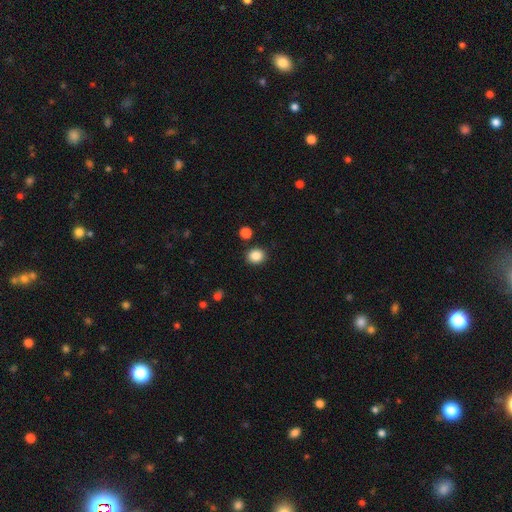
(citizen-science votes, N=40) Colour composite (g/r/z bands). It shows a smooth galaxy with no disk features (90%) that is round (75%). Merging: none (86%).